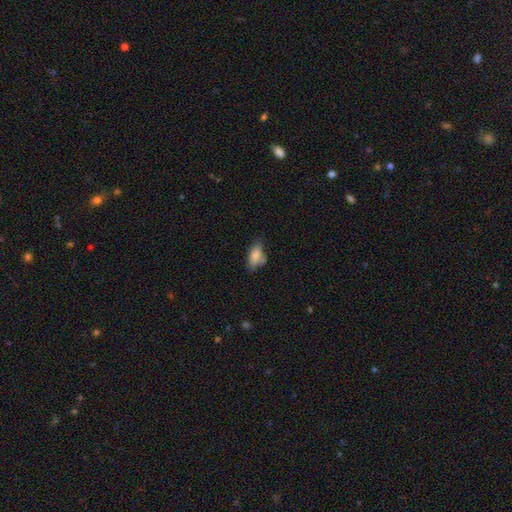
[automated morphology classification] A smooth galaxy with no disk features (78%) that is in between round and cigar-shaped (84%). Merging: none (53%).